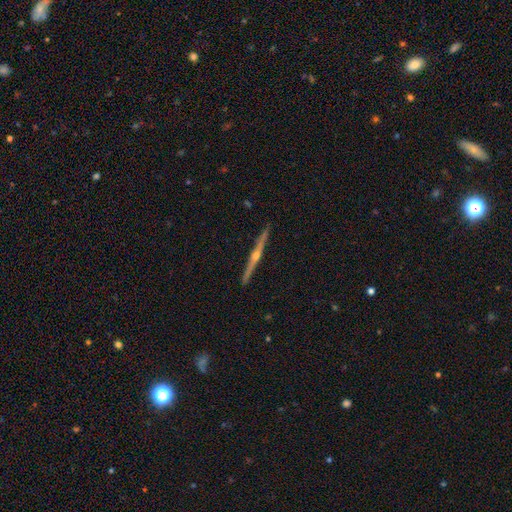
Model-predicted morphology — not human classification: Q: Smooth or featured?
A: featured or disk (83%); runner-up: smooth (11%)
Q: Edge-on disk?
A: yes (98%); runner-up: no (2%)
Q: Edge-on bulge?
A: rounded (86%); runner-up: none (9%)
Q: Merging?
A: none (91%); runner-up: minor disturbance (6%)